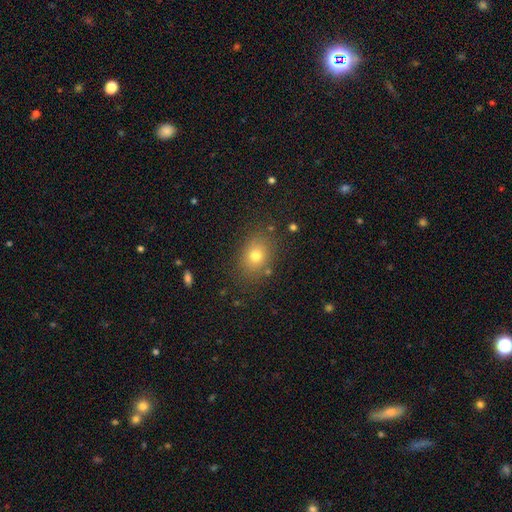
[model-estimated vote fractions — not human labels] This appears to be a smooth galaxy with no disk features (74%) that is in between round and cigar-shaped (57%). Merging: none (81%).